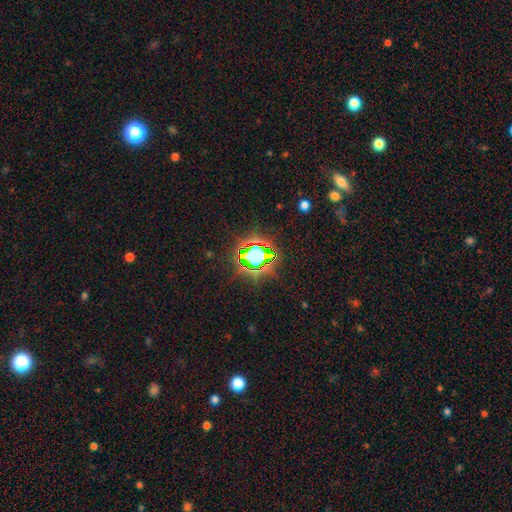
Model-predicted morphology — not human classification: This appears to be a star or artifact, not a galaxy (70%).